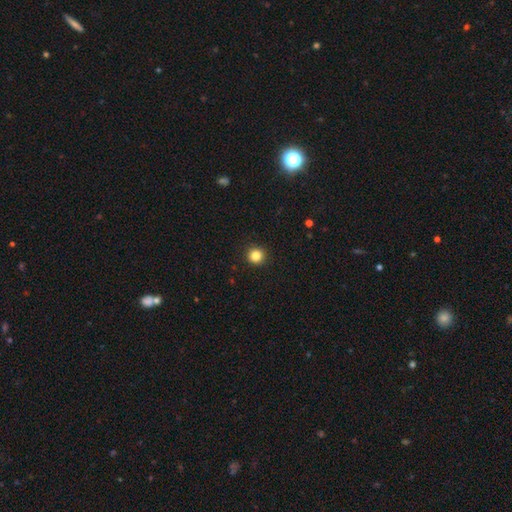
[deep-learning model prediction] Morphology: type=smooth (84%); roundness=round (95%); merging=none (93%).